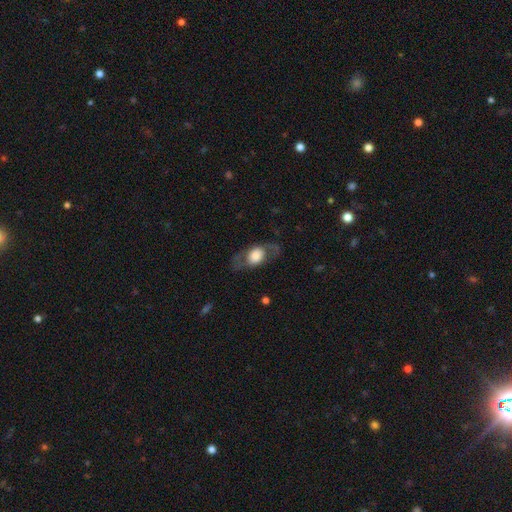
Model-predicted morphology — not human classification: Overall: smooth (49%; featured or disk 45%). Merging: none (68%).